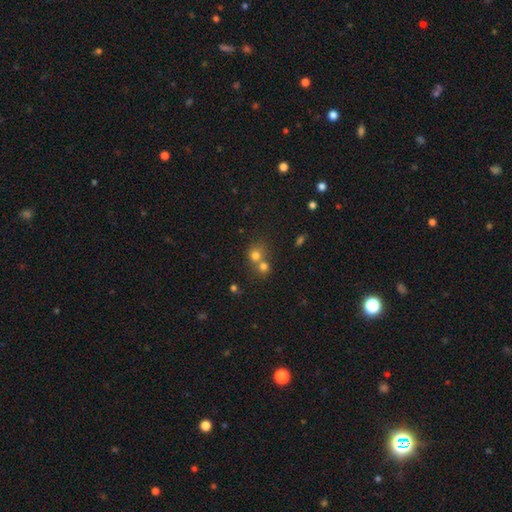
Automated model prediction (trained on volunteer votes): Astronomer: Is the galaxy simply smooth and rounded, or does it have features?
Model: smooth — 74%.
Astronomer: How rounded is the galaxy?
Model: round — 79%.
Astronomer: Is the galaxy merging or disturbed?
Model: merger — 54% (runner-up: none, 37%).